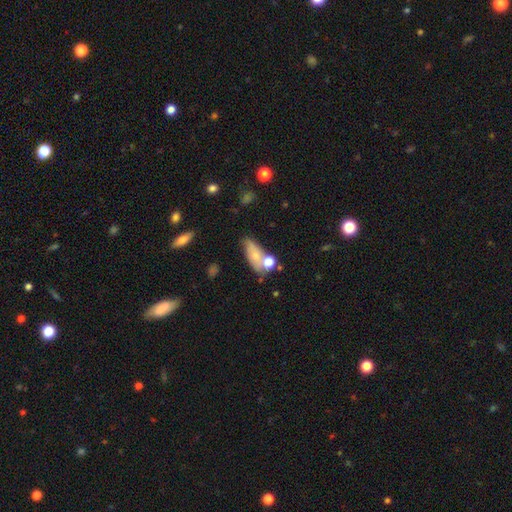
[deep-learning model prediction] Morphology: type=smooth (66%); roundness=in between (75%); merging=none (41%).